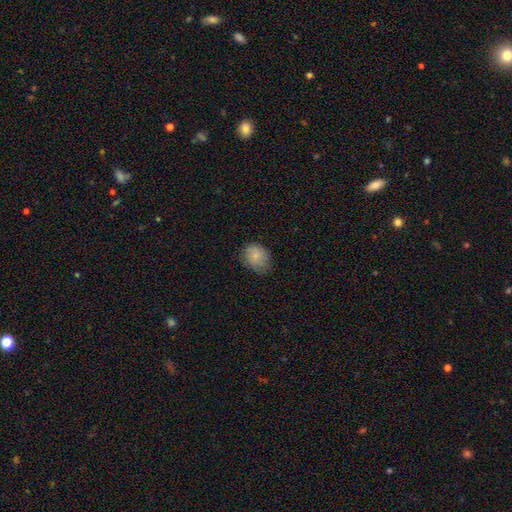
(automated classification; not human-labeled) smooth 78%, featured or disk 15%, star or artifact 8%. Down the decision tree: how rounded — round (58%); merging — none (70%).